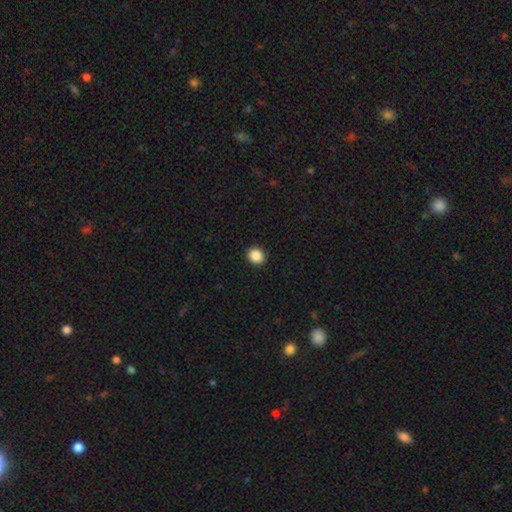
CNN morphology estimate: type=smooth (88%); roundness=round (79%); merging=none (92%).